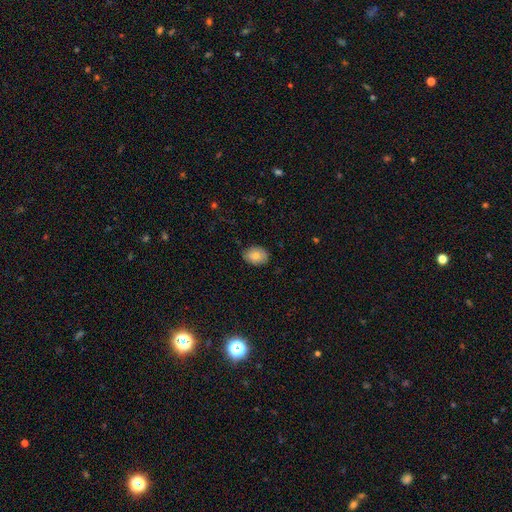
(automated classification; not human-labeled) Smooth or featured? Predicted: smooth (p=0.80). How rounded? Predicted: in between (p=0.68). Merging? Predicted: none (p=0.81).